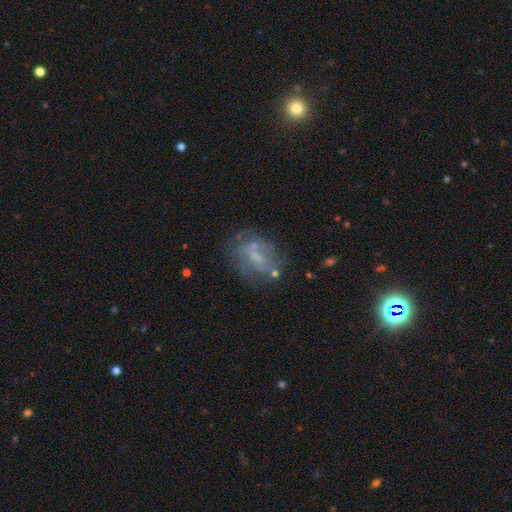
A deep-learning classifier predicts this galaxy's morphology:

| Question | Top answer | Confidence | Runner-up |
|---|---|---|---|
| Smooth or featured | featured or disk | 55% | smooth (28%) |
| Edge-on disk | no | 92% | yes (8%) |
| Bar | weak | 43% | no (37%) |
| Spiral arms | no | 55% | yes (45%) |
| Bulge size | small | 46% | none (27%) |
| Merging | none | 59% | minor disturbance (21%) |